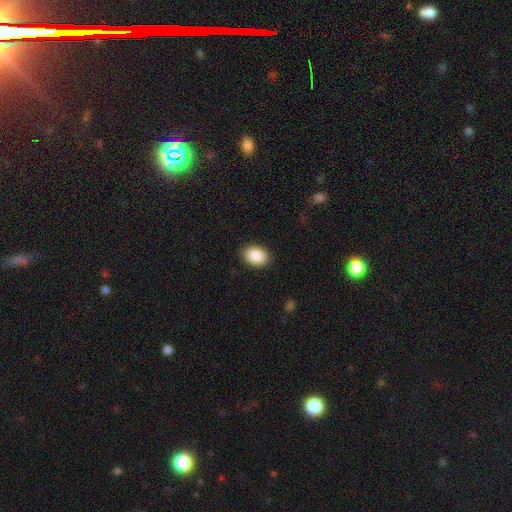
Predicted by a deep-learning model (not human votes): Smooth or featured? Predicted: smooth (p=0.89). How rounded? Predicted: in between (p=0.82). Merging? Predicted: none (p=0.89).